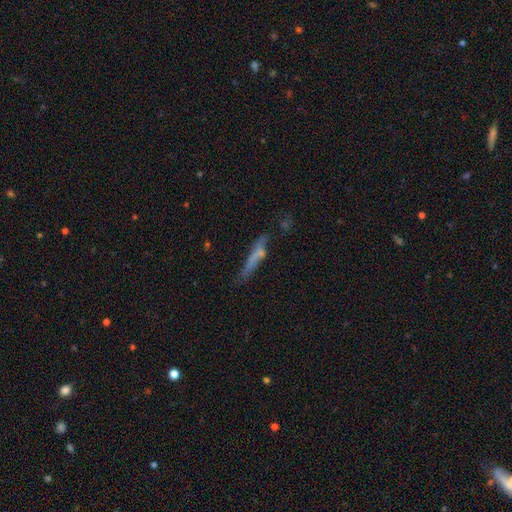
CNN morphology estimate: Smooth or featured?
  - smooth: 52% *
  - featured or disk: 36%
  - star or artifact: 11%
How rounded?
  - cigar-shaped: 89% *
  - in between: 9%
  - round: 2%
Merging?
  - none: 56% *
  - minor disturbance: 22%
  - major disturbance: 13%
  - merger: 9%